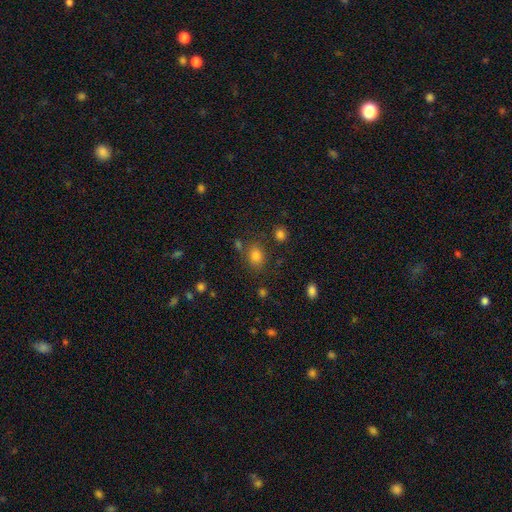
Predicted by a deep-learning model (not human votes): This is clearly a smooth galaxy (80%). How rounded: possibly in between (53%). Merging: likely none (74%).